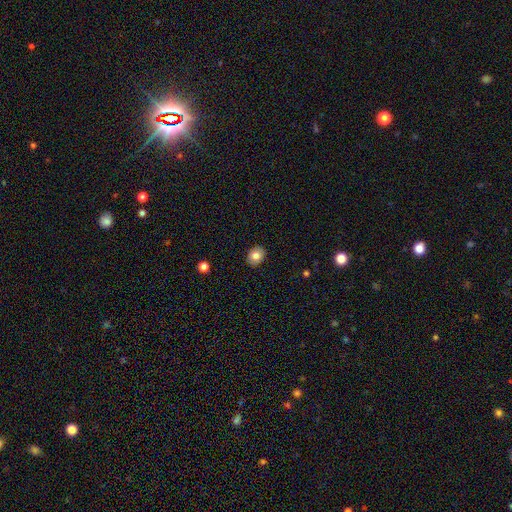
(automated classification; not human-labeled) smooth-or-featured: smooth: 79% | featured or disk: 12% | star or artifact: 9%
  how-rounded: in between: 54% | round: 45% | cigar-shaped: 1%
  merging: none: 89% | minor disturbance: 8% | major disturbance: 2% | merger: 1%